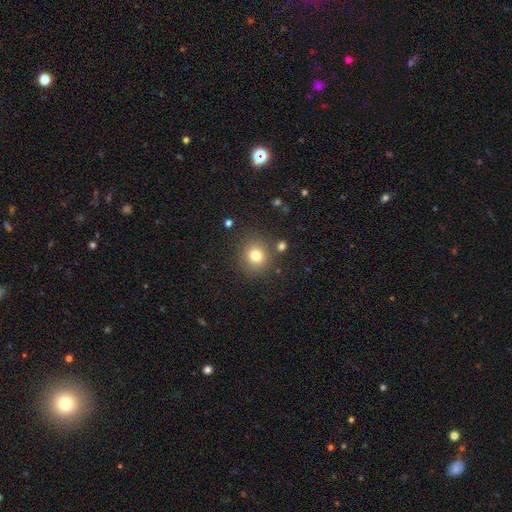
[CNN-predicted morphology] This is likely a smooth galaxy (79%). How rounded: clearly round (82%). Merging: clearly none (83%).